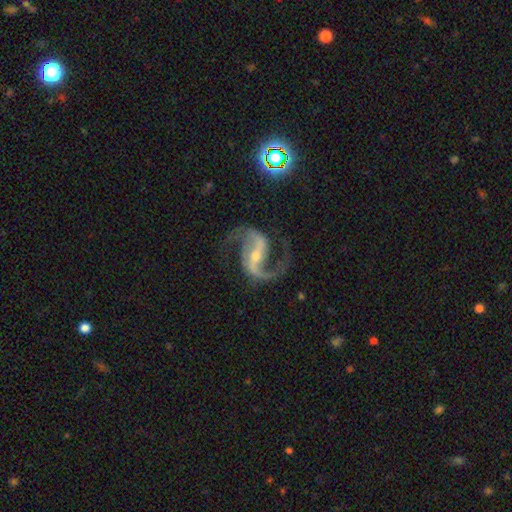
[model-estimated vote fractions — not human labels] A featured or disk galaxy (92%) with a strong bar (52%), 2 (94%) medium (47%) spiral arms (98%) and a small central bulge (56%).

Vote fractions:
- Smooth or featured? featured or disk: 92% / star or artifact: 5% / smooth: 3%
- Edge-on disk? no: 98% / yes: 2%
- Bar? strong: 52% / weak: 33% / no: 14%
- Spiral arms? yes: 98% / no: 2%
- Spiral winding? medium: 47% / loose: 45% / tight: 8%
- Spiral arm count? 2: 94% / 1: 2% / can't tell: 1% / 3: 1% / 4: 1% / more than 4: 1%
- Bulge size? small: 56% / moderate: 38% / none: 3% / large: 2% / dominant: 1%
- Merging? none: 79% / minor disturbance: 12% / major disturbance: 8% / merger: 2%